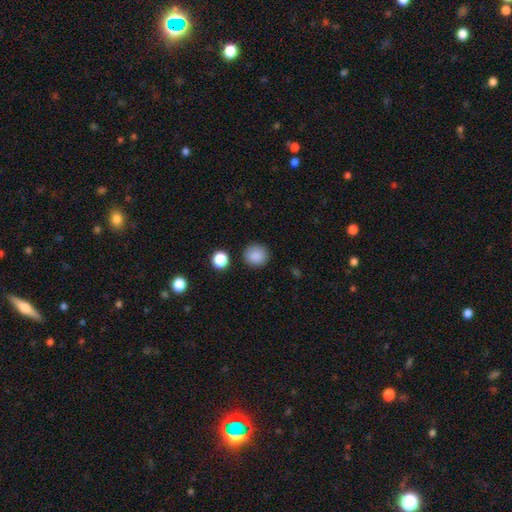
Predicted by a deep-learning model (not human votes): This is clearly a smooth galaxy (87%). How rounded: clearly round (90%). Merging: clearly none (89%).